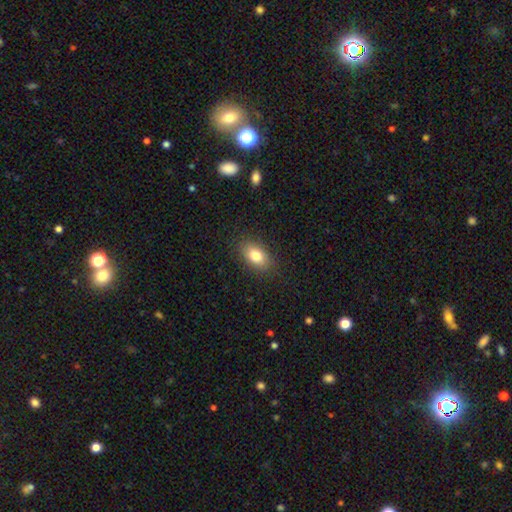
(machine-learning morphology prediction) Smooth or featured?
  - smooth: 81% *
  - featured or disk: 11%
  - star or artifact: 9%
How rounded?
  - in between: 86% *
  - round: 12%
  - cigar-shaped: 2%
Merging?
  - none: 86% *
  - minor disturbance: 10%
  - major disturbance: 3%
  - merger: 1%